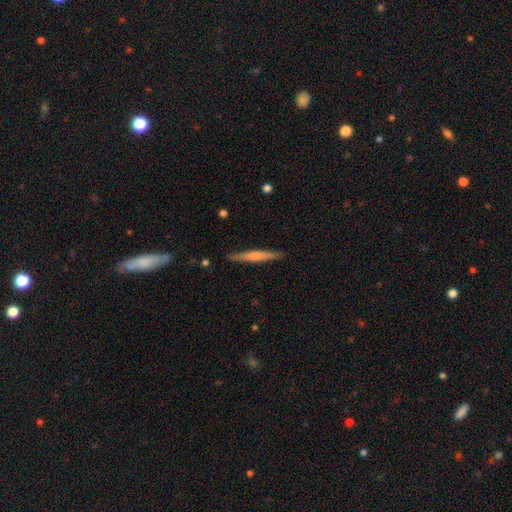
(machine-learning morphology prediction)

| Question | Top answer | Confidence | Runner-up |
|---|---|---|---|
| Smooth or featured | smooth | 52% | featured or disk (43%) |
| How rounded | cigar-shaped | 95% | in between (4%) |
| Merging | none | 90% | minor disturbance (8%) |